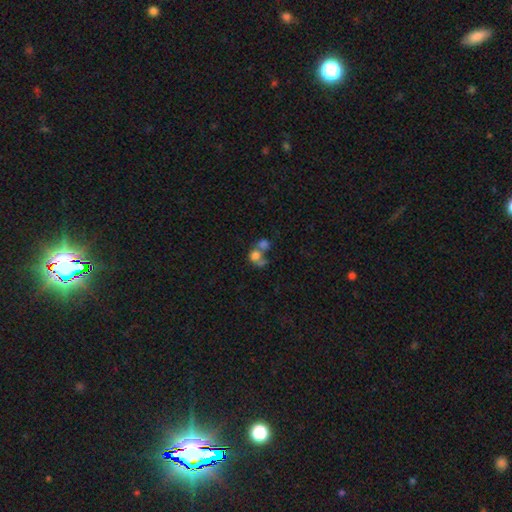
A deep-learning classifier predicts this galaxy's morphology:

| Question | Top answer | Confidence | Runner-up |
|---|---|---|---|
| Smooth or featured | smooth | 69% | featured or disk (19%) |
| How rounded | round | 72% | in between (27%) |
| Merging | merger | 61% | none (23%) |